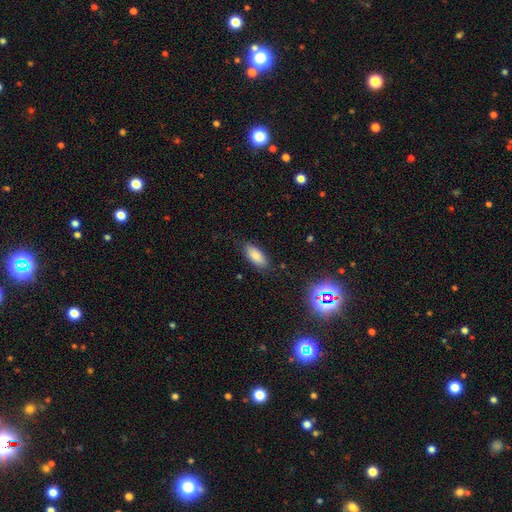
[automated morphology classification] Smooth or featured? smooth (83%)
How rounded? in between (83%)
Merging? none (82%)